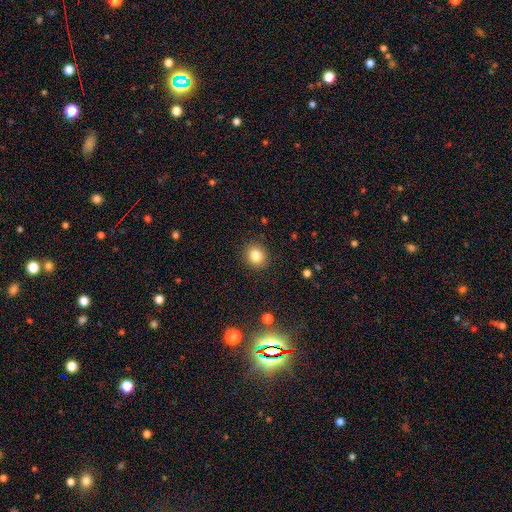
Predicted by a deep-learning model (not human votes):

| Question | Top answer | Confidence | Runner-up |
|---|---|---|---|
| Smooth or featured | smooth | 83% | star or artifact (11%) |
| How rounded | round | 79% | in between (20%) |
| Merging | none | 90% | minor disturbance (7%) |